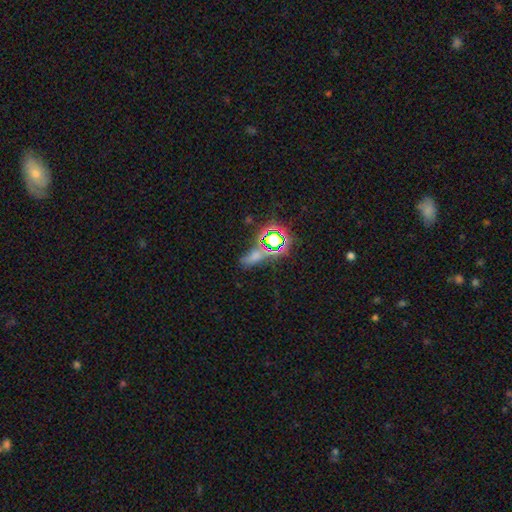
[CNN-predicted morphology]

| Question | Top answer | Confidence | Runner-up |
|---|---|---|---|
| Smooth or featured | smooth | 44% | star or artifact (43%) |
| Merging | none | 57% | minor disturbance (19%) |